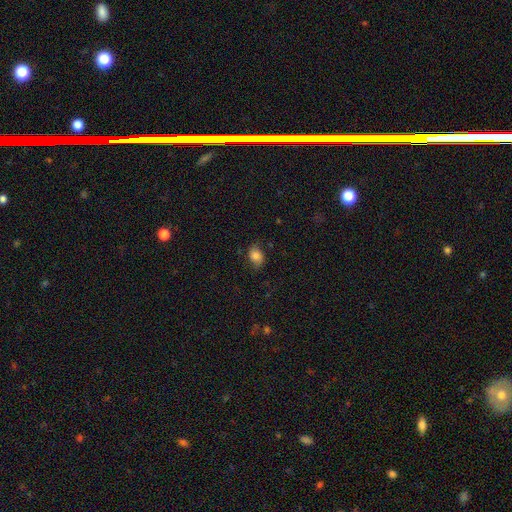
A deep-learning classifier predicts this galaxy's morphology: Smooth or featured? Predicted: smooth (p=0.76). How rounded? Predicted: in between (p=0.61). Merging? Predicted: none (p=0.69).